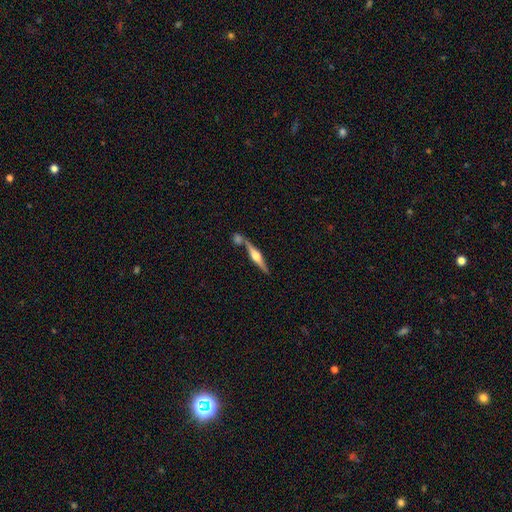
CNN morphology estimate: smooth_or_featured: featured or disk (p=0.77) [alt: smooth p=0.17]
disk_edge_on: yes (p=0.97) [alt: no p=0.03]
edge_on_bulge: rounded (p=0.93) [alt: boxy p=0.05]
merging: none (p=0.69) [alt: merger p=0.19]